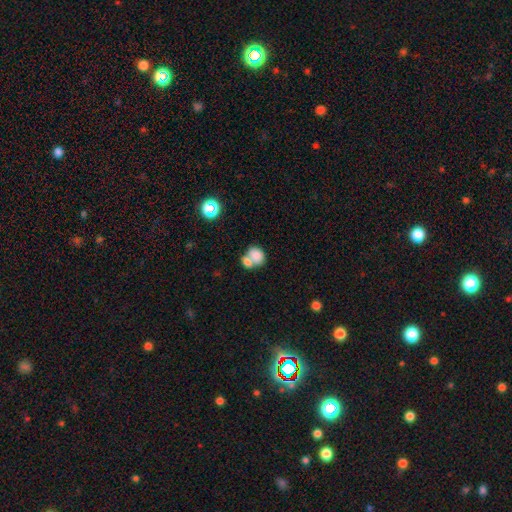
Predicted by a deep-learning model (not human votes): Overall: smooth (77%). How rounded: in between (53%; round 45%). Merging: merger (62%; none 25%).